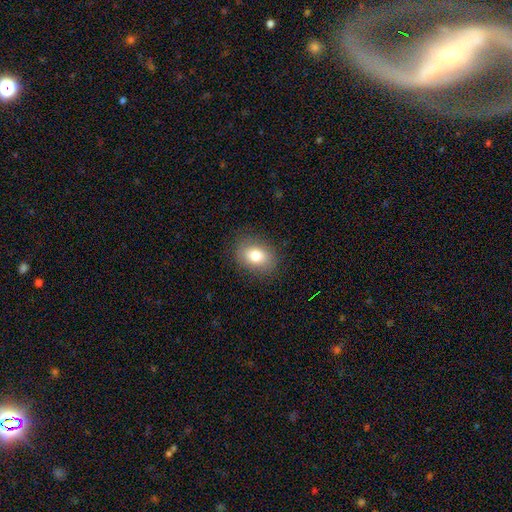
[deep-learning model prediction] Morphology: type=smooth (78%); roundness=in between (68%); merging=none (85%).